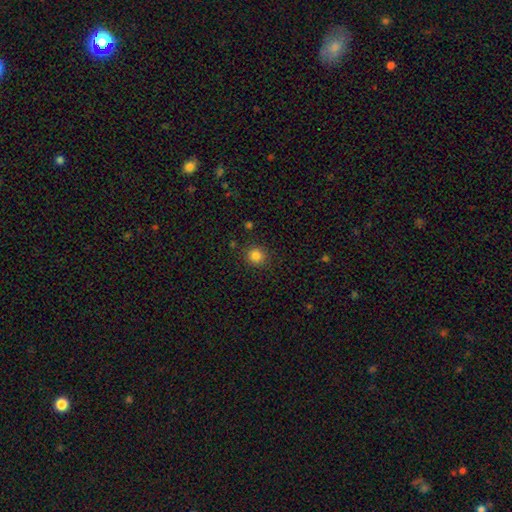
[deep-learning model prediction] smooth_or_featured: smooth (p=0.84) [alt: star or artifact p=0.12]
how_rounded: round (p=0.92) [alt: in between p=0.08]
merging: none (p=0.89) [alt: minor disturbance p=0.07]